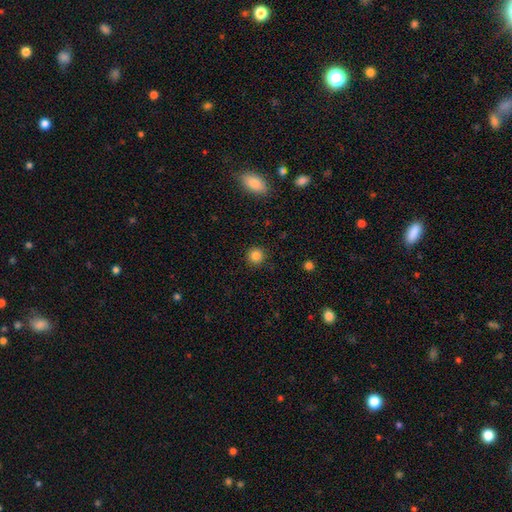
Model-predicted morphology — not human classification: Smooth or featured: smooth — 84% (star or artifact — 12%)
How rounded: round — 94% (in between — 5%)
Merging: none — 91% (minor disturbance — 6%)